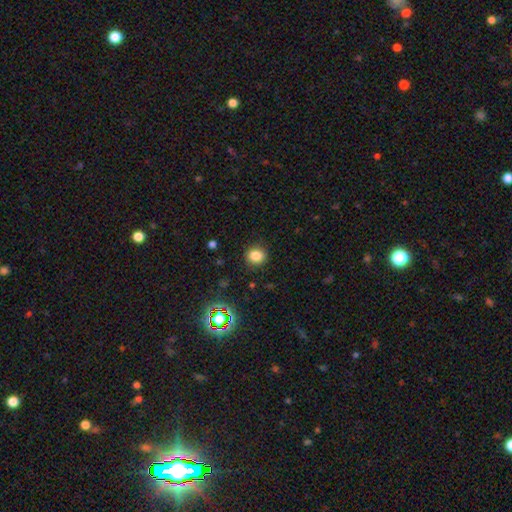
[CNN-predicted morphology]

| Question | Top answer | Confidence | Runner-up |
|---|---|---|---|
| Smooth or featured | smooth | 81% | star or artifact (14%) |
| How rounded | round | 77% | in between (22%) |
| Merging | none | 88% | minor disturbance (8%) |